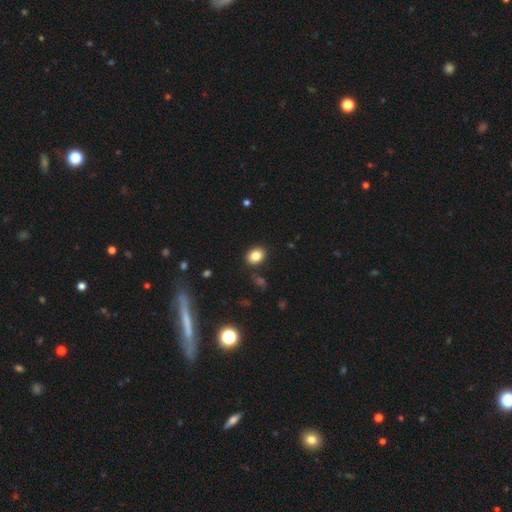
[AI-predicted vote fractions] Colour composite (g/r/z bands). It shows a smooth galaxy with no disk features (84%) that is in between round and cigar-shaped (63%). Merging: none (86%).